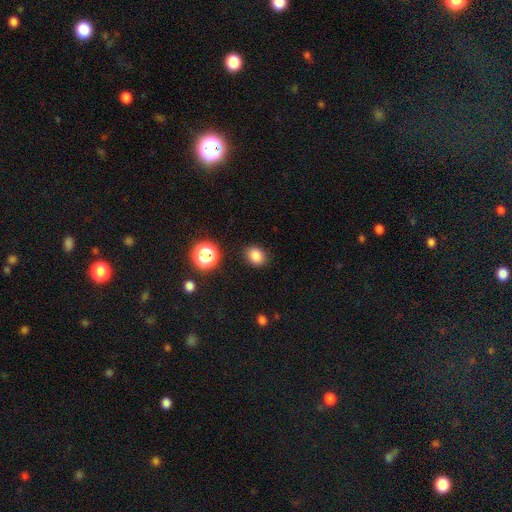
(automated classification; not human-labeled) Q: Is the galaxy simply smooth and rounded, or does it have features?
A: smooth — 83%.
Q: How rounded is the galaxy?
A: round — 54%.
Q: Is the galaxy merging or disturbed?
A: none — 88%.